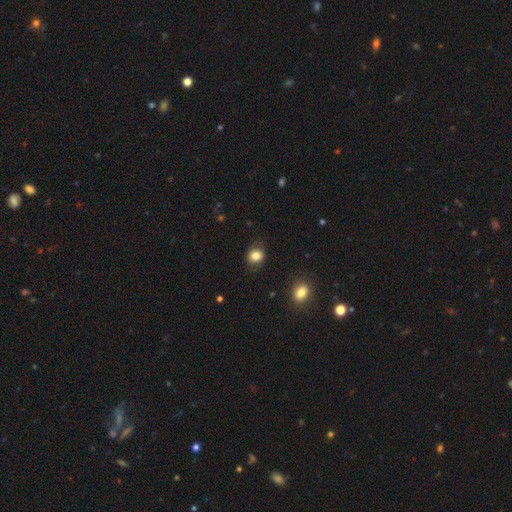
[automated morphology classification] Overall: smooth (83%). How rounded: round (65%; in between 34%). Merging: none (82%).